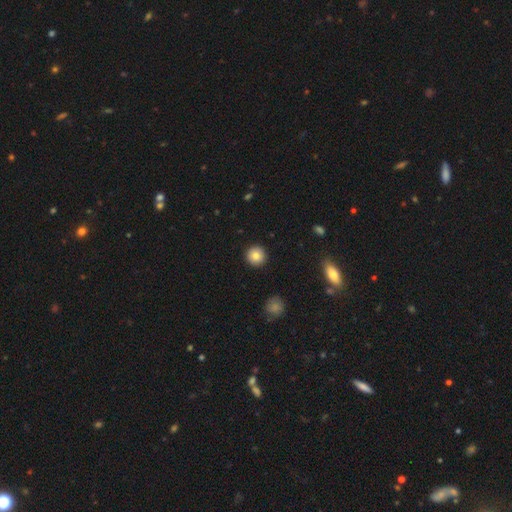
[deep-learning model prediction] A smooth galaxy with no disk features (84%) that is round (95%).

Vote fractions:
- Smooth or featured? smooth: 84% / star or artifact: 9% / featured or disk: 7%
- How rounded? round: 95% / in between: 4% / cigar-shaped: 1%
- Merging? none: 93% / minor disturbance: 5% / major disturbance: 2% / merger: 1%